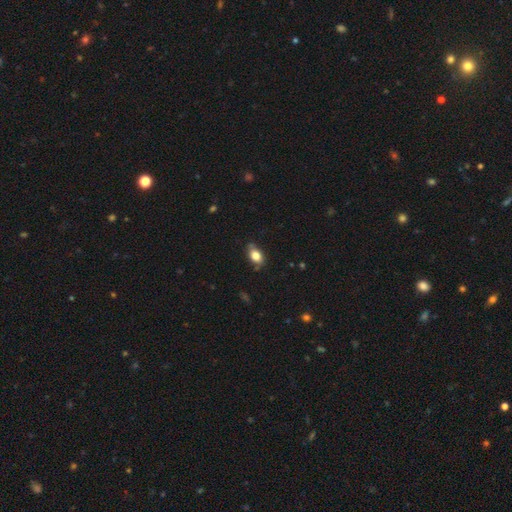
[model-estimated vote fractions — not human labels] Q: Smooth or featured?
A: smooth (79%); runner-up: featured or disk (12%)
Q: How rounded?
A: in between (84%); runner-up: round (13%)
Q: Merging?
A: none (73%); runner-up: minor disturbance (21%)